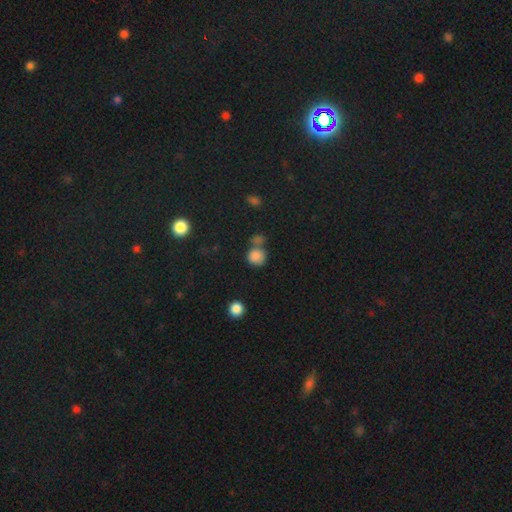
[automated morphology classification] Overall: smooth (83%). How rounded: round (86%). Merging: none (51%; merger 31%).